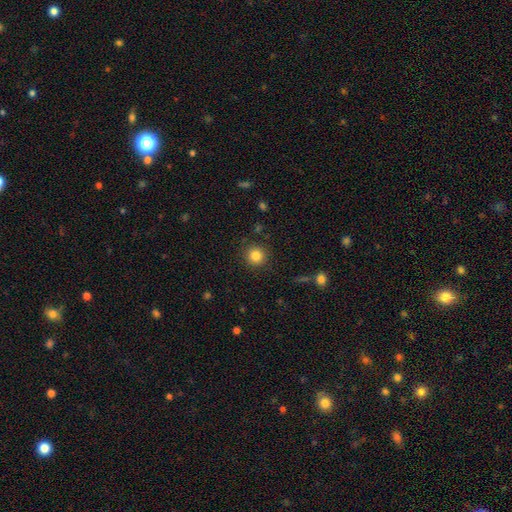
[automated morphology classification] smooth 84%, star or artifact 11%, featured or disk 5%. Down the decision tree: how rounded — round (94%); merging — none (90%).